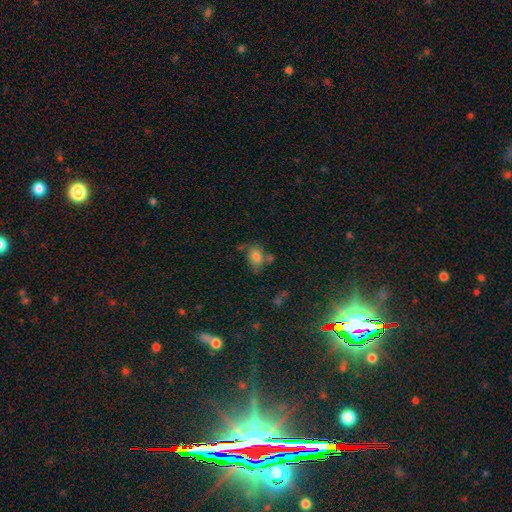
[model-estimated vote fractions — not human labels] smooth 77%, featured or disk 12%, star or artifact 11%. Down the decision tree: how rounded — in between (65%); merging — none (52%).